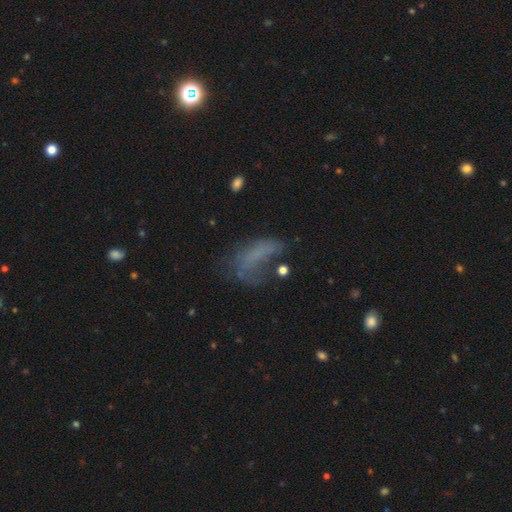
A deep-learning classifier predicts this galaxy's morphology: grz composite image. It shows a smooth galaxy with no disk features (48%). Merging: major disturbance (41%).